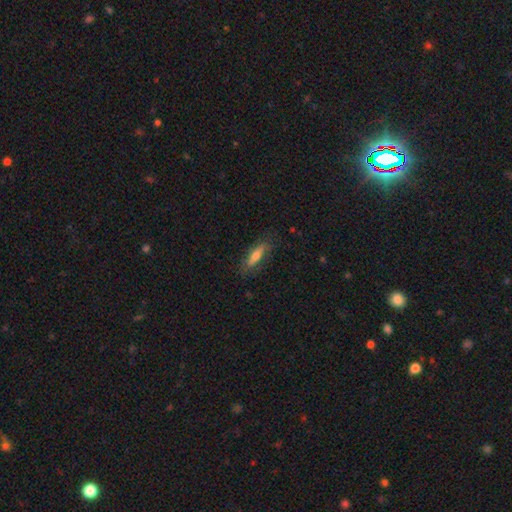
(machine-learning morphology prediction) Overall: smooth (57%; featured or disk 36%). How rounded: cigar-shaped (64%; in between 33%). Merging: none (77%).